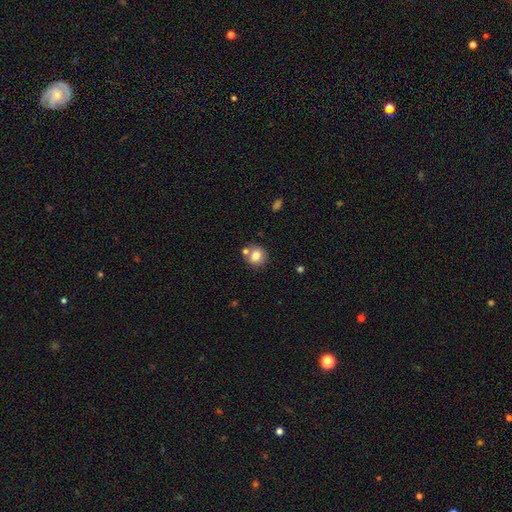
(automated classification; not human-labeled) Smooth or featured? Predicted: smooth (p=0.78). How rounded? Predicted: round (p=0.84). Merging? Predicted: none (p=0.69).